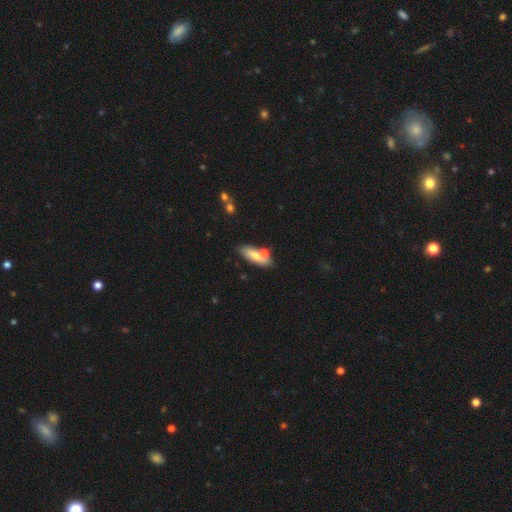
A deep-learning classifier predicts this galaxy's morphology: Overall: smooth (66%; featured or disk 27%). How rounded: in between (66%; cigar-shaped 30%). Merging: none (62%).